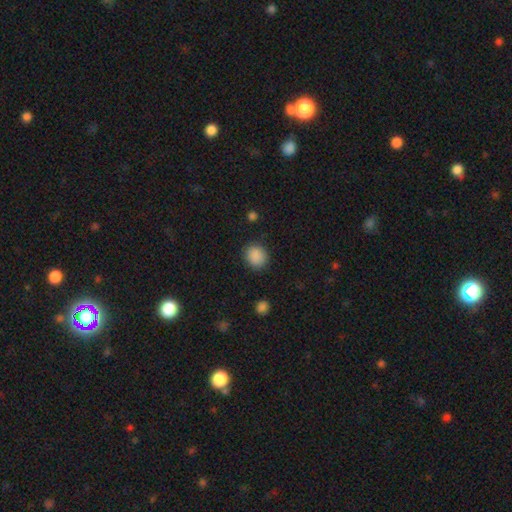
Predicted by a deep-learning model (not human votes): A smooth galaxy with no disk features (88%) that is round (80%).

Vote fractions:
- Smooth or featured? smooth: 88% / star or artifact: 9% / featured or disk: 3%
- How rounded? round: 80% / in between: 19% / cigar-shaped: 1%
- Merging? none: 88% / minor disturbance: 8% / major disturbance: 3% / merger: 1%